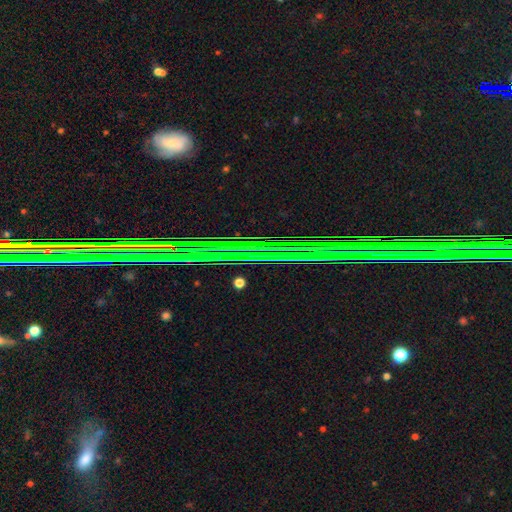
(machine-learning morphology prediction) This is likely a star or artifact rather than a galaxy (78%).